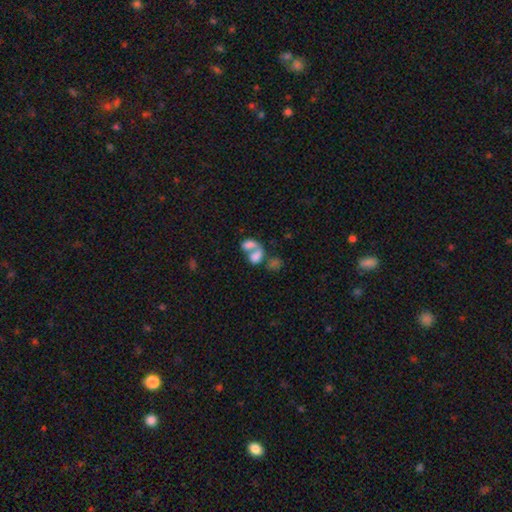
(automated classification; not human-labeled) This appears to be a smooth galaxy with no disk features (70%) that is in between round and cigar-shaped (80%). Merging: merger (70%).